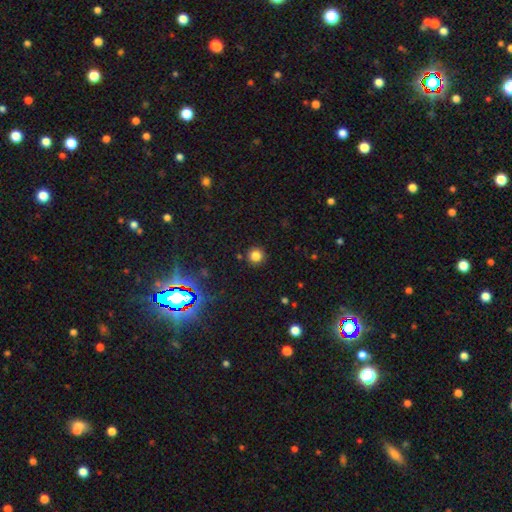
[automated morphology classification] Overall: smooth (80%). How rounded: round (94%). Merging: none (90%).